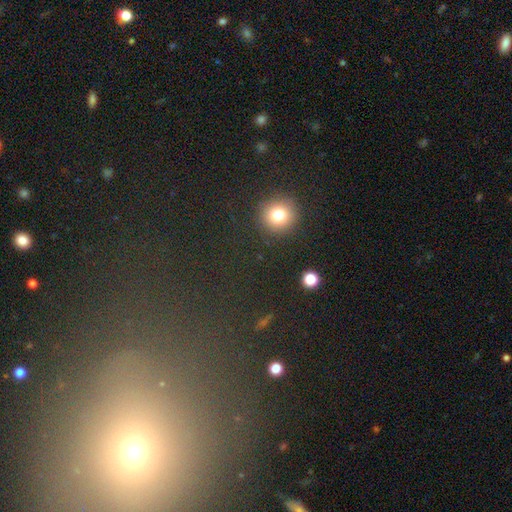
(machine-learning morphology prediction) Smooth or featured?
  - star or artifact: 46% *
  - smooth: 42%
  - featured or disk: 12%